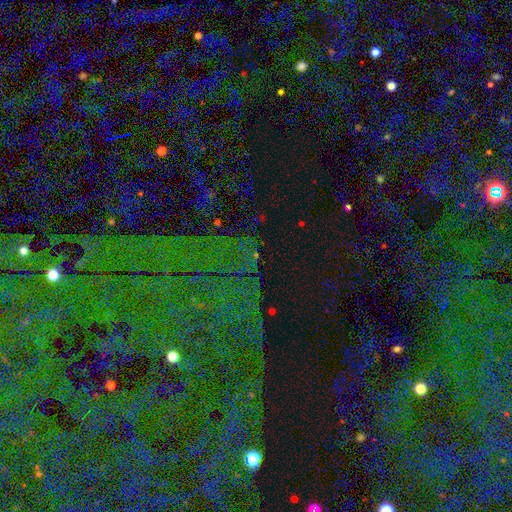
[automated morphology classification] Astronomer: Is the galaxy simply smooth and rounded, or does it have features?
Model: star or artifact — 78%.